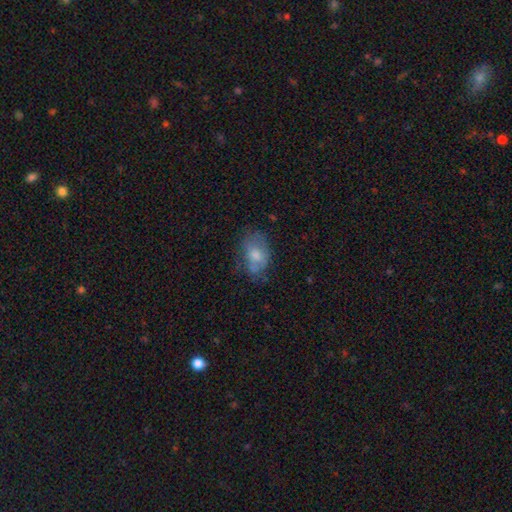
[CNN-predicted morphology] Smooth or featured?
  - smooth: 65% *
  - featured or disk: 27%
  - star or artifact: 8%
How rounded?
  - in between: 83% *
  - round: 16%
  - cigar-shaped: 1%
Merging?
  - none: 49% *
  - minor disturbance: 30%
  - major disturbance: 15%
  - merger: 6%